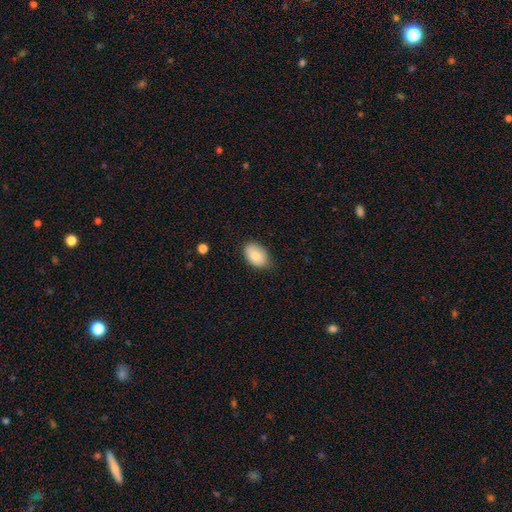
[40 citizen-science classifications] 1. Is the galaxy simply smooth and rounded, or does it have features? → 88% smooth, 8% featured or disk, 5% star or artifact.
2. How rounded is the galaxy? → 100% in between, 0% round, 0% cigar-shaped.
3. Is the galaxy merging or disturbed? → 84% none, 16% minor disturbance, 0% major disturbance, 0% merger.